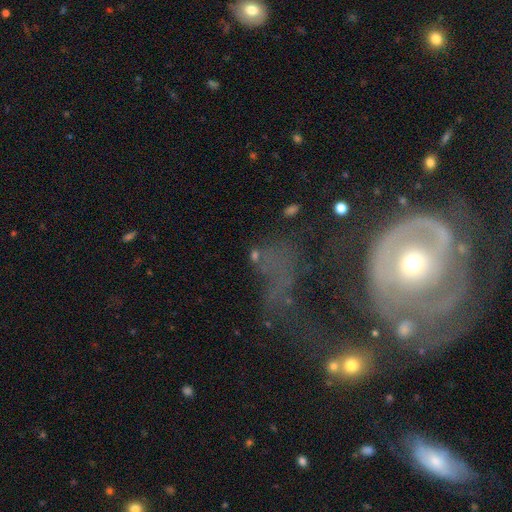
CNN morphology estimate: This is marginally a star or artifact rather than a galaxy (38%).